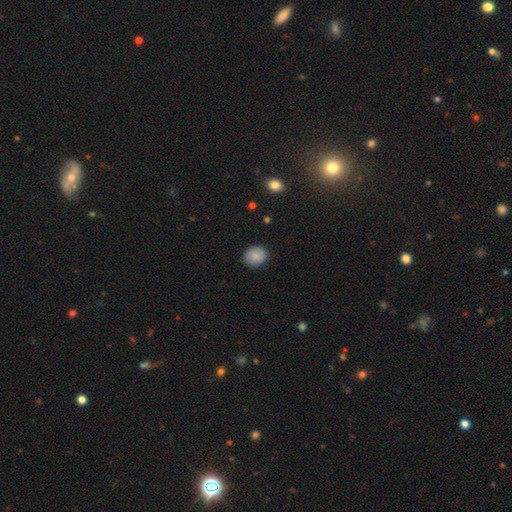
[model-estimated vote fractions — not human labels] Smooth or featured? smooth (79%)
How rounded? round (66%)
Merging? none (85%)